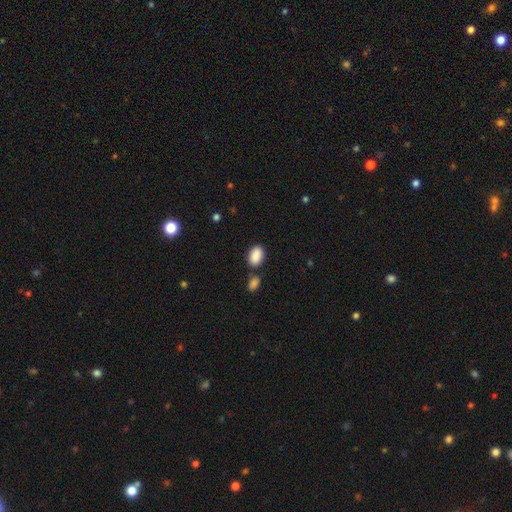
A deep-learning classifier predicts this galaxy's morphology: Overall: smooth (89%). How rounded: in between (90%). Merging: none (70%).